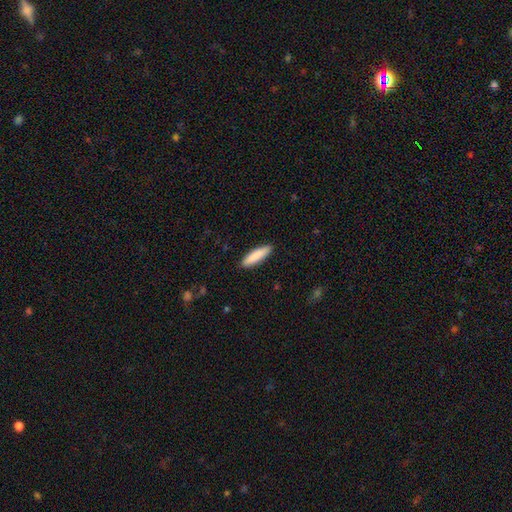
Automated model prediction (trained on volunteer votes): Q: Smooth or featured?
A: smooth (87%); runner-up: featured or disk (8%)
Q: How rounded?
A: cigar-shaped (74%); runner-up: in between (25%)
Q: Merging?
A: none (90%); runner-up: minor disturbance (7%)